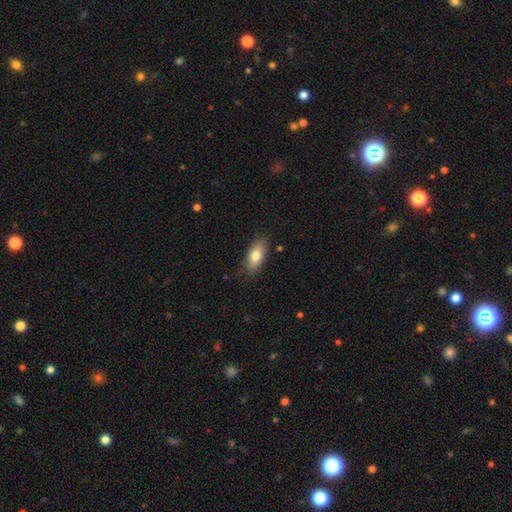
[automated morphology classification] Q: Smooth or featured?
A: smooth (80%); runner-up: featured or disk (13%)
Q: How rounded?
A: in between (84%); runner-up: cigar-shaped (13%)
Q: Merging?
A: none (82%); runner-up: minor disturbance (13%)